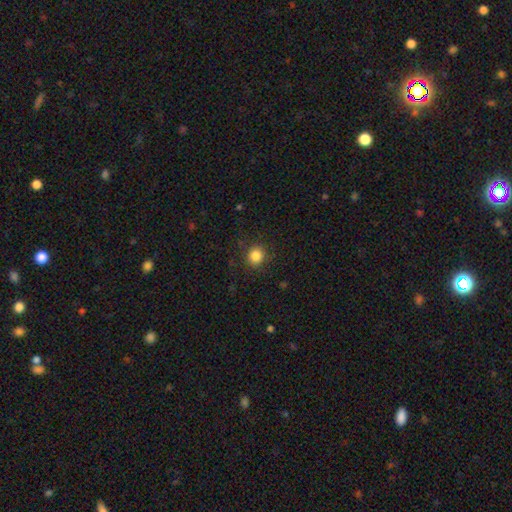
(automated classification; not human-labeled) This is clearly a smooth galaxy (85%). How rounded: clearly round (88%). Merging: clearly none (88%).